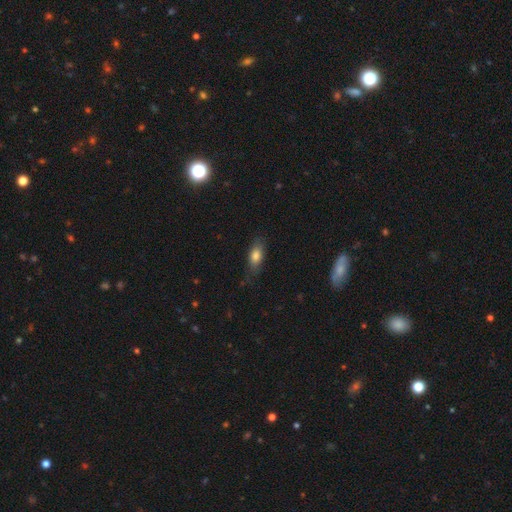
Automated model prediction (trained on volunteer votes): This is likely a smooth galaxy (78%). How rounded: likely in between (78%). Merging: likely none (71%).